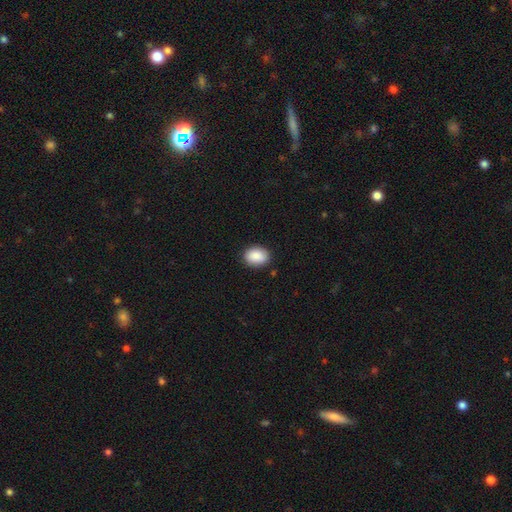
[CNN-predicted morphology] A smooth galaxy with no disk features (89%) that is in between round and cigar-shaped (70%). Merging: none (88%).